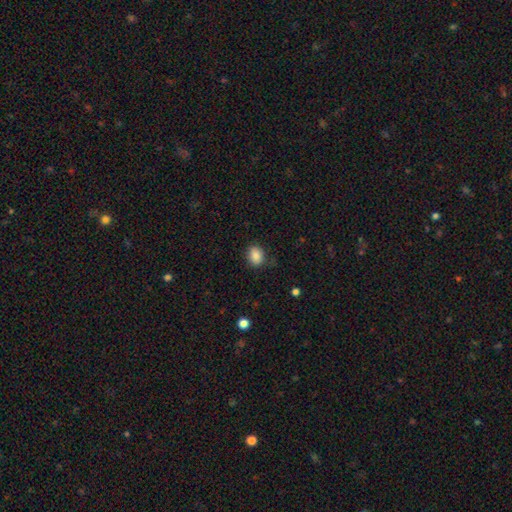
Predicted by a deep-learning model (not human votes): A smooth galaxy with no disk features (86%) that is in between round and cigar-shaped (53%).

Vote fractions:
- Smooth or featured? smooth: 86% / star or artifact: 9% / featured or disk: 5%
- How rounded? in between: 53% / round: 46% / cigar-shaped: 1%
- Merging? none: 83% / minor disturbance: 12% / major disturbance: 3% / merger: 1%